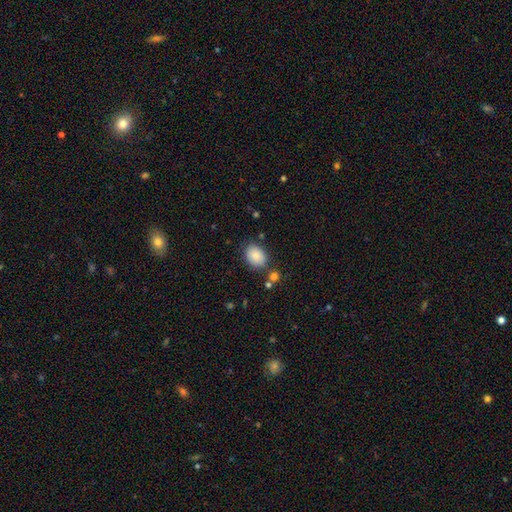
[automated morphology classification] type=smooth (86%); roundness=in between (69%); merging=none (79%).